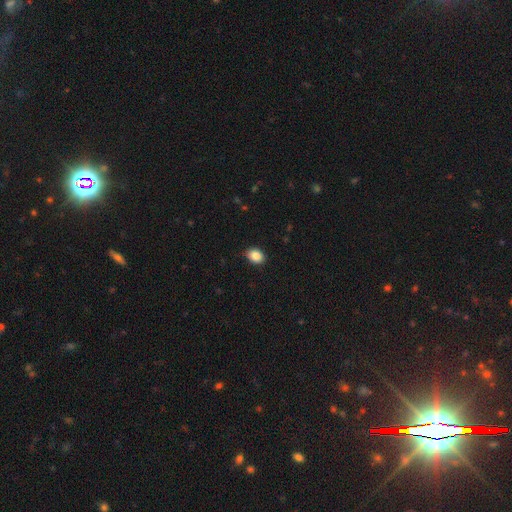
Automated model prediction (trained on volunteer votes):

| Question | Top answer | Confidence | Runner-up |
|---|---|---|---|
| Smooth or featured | smooth | 88% | star or artifact (8%) |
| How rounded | in between | 70% | round (29%) |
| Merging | none | 85% | minor disturbance (12%) |